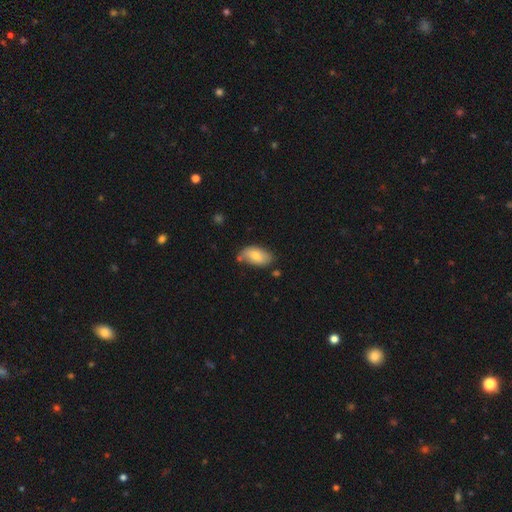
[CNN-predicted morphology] Smooth or featured?
  - smooth: 74% *
  - featured or disk: 20%
  - star or artifact: 7%
How rounded?
  - in between: 94% *
  - round: 3%
  - cigar-shaped: 3%
Merging?
  - none: 64% *
  - minor disturbance: 24%
  - merger: 7%
  - major disturbance: 5%